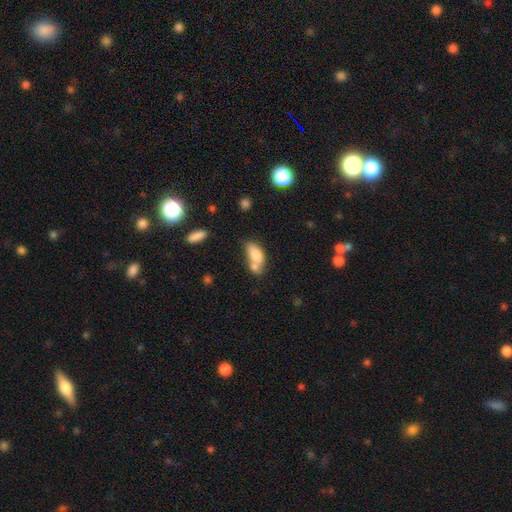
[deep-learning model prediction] Smooth or featured? smooth (77%)
How rounded? in between (83%)
Merging? merger (50%)